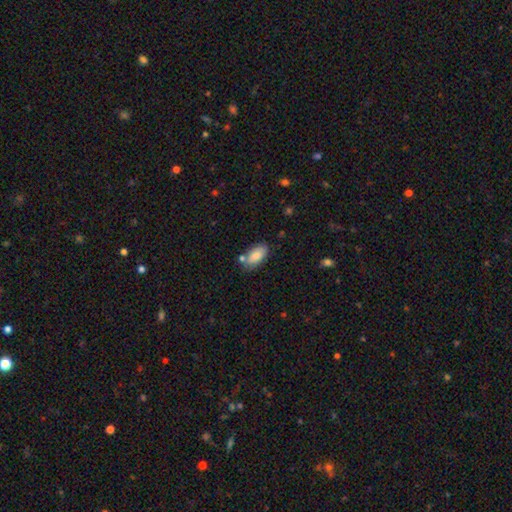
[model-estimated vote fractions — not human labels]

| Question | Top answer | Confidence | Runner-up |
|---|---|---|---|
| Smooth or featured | smooth | 84% | featured or disk (9%) |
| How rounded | in between | 92% | cigar-shaped (6%) |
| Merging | none | 68% | minor disturbance (18%) |